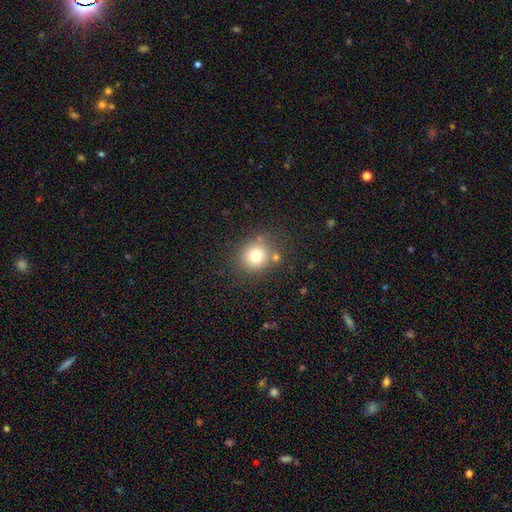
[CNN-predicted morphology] smooth 75%, star or artifact 14%, featured or disk 11%. Down the decision tree: how rounded — round (86%); merging — none (76%).